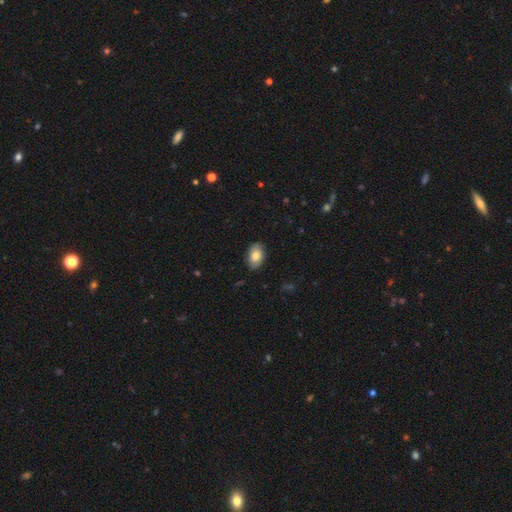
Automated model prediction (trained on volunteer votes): A smooth galaxy with no disk features (77%) that is in between round and cigar-shaped (90%). Merging: none (85%).